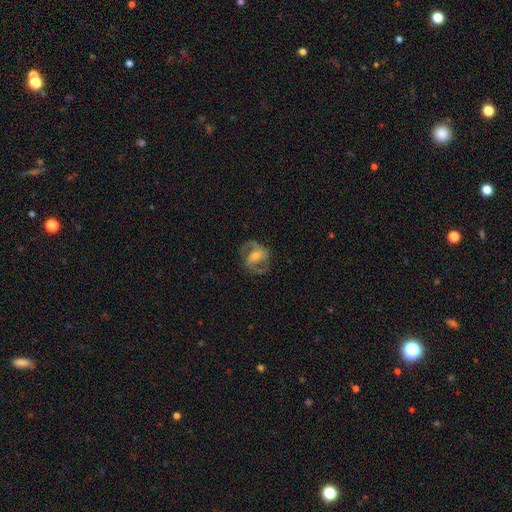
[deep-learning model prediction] Smooth or featured? featured or disk (78%)
Edge-on disk? no (97%)
Bar? weak (40%)
Spiral arms? yes (88%)
Spiral winding? medium (56%)
Spiral arm count? 2 (87%)
Bulge size? moderate (49%)
Merging? none (74%)